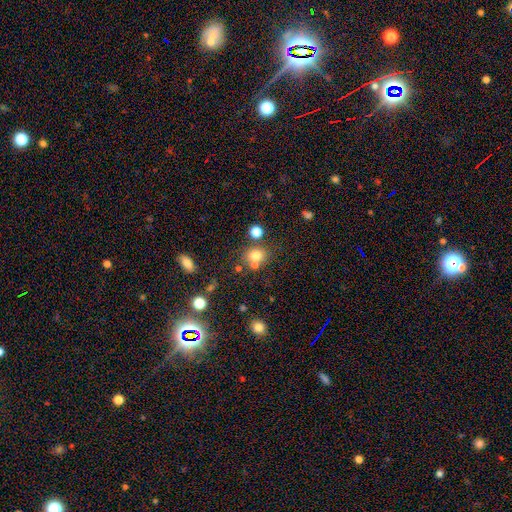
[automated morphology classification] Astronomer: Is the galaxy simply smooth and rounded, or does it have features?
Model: smooth — 75%.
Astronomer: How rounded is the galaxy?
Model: round — 62%.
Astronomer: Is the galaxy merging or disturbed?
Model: none — 60%.